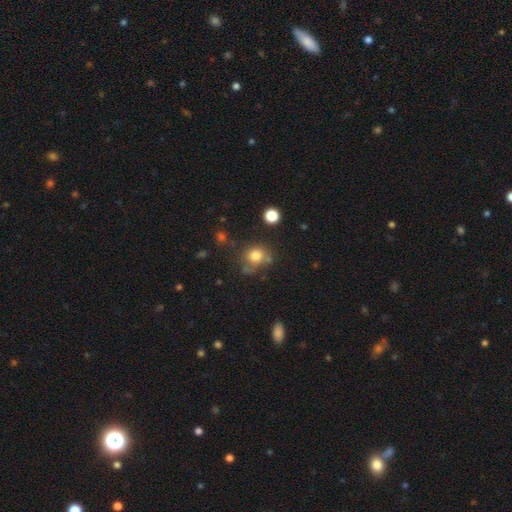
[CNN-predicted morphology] This is likely a smooth galaxy (78%). How rounded: likely round (79%). Merging: likely none (61%).